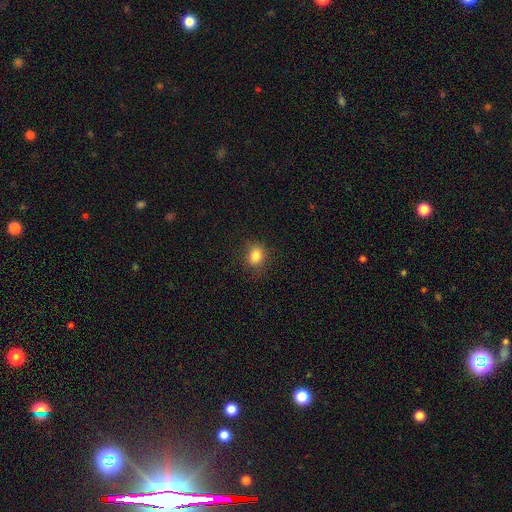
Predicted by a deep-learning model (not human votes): Morphology: type=smooth (83%); roundness=round (63%); merging=none (83%).